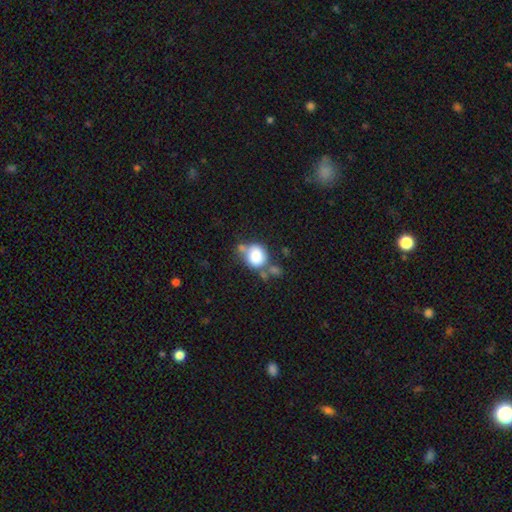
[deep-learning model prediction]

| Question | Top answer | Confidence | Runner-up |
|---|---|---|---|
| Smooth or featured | smooth | 79% | featured or disk (12%) |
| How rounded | round | 69% | in between (30%) |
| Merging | none | 38% | merger (32%) |